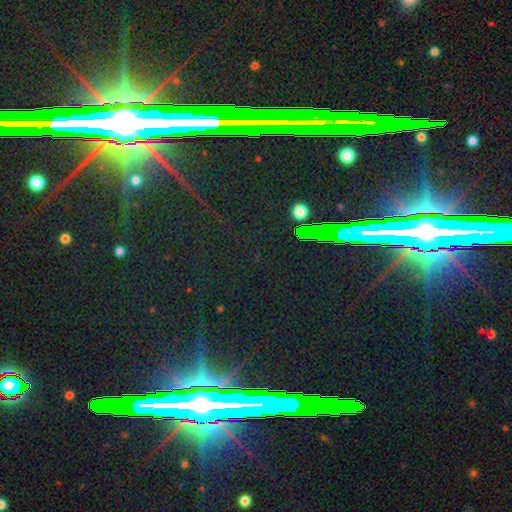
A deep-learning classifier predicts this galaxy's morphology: Smooth or featured?
  - star or artifact: 80% *
  - featured or disk: 12%
  - smooth: 8%